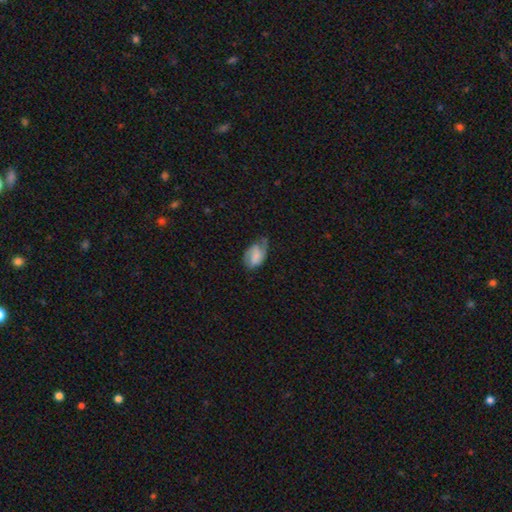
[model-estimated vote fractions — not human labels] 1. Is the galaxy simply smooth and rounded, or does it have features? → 49% smooth, 43% featured or disk, 8% star or artifact.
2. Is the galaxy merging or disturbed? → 39% none, 37% minor disturbance, 22% major disturbance, 2% merger.